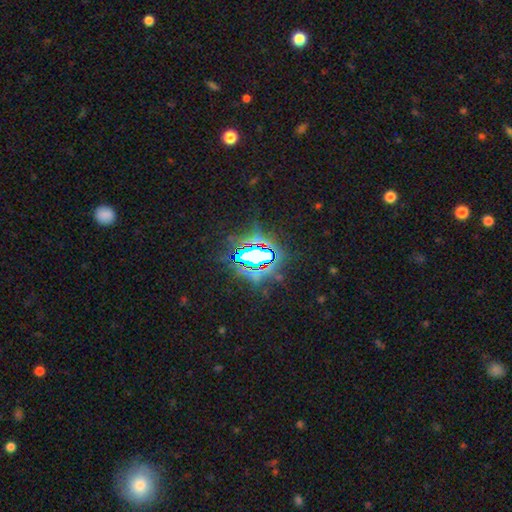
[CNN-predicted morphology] Overall: star or artifact (75%).